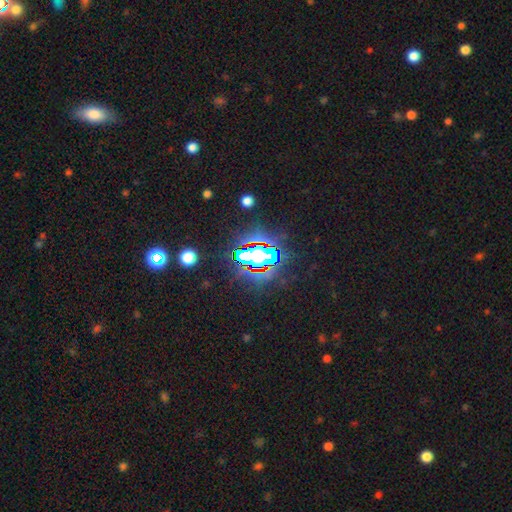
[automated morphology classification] Overall: star or artifact (70%).